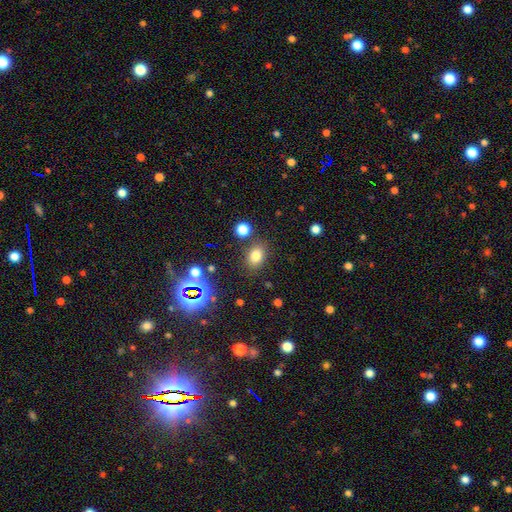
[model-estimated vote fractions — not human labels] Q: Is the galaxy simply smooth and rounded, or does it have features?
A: smooth — 75%.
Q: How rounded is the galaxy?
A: in between — 63%.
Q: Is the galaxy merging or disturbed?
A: none — 80%.